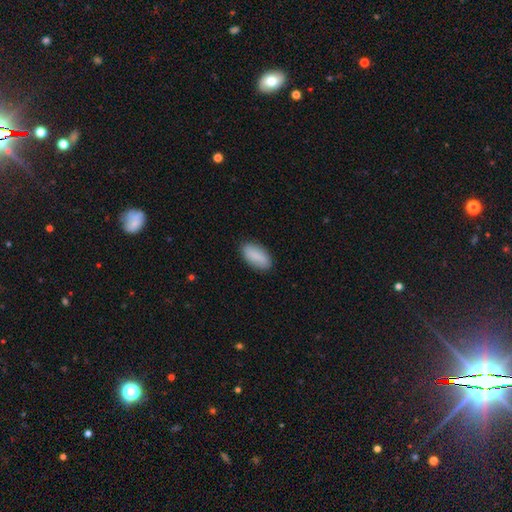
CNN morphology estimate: smooth 86%, featured or disk 8%, star or artifact 6%. Down the decision tree: how rounded — in between (92%); merging — none (87%).